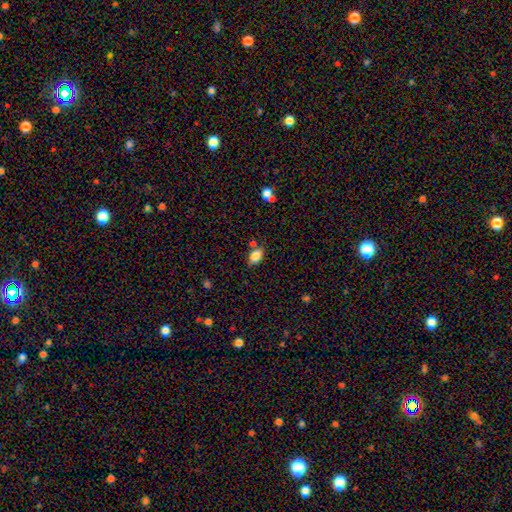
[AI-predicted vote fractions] Smooth or featured?
  - smooth: 84% *
  - star or artifact: 9%
  - featured or disk: 7%
How rounded?
  - in between: 87% *
  - round: 11%
  - cigar-shaped: 2%
Merging?
  - none: 72% *
  - minor disturbance: 15%
  - merger: 10%
  - major disturbance: 4%